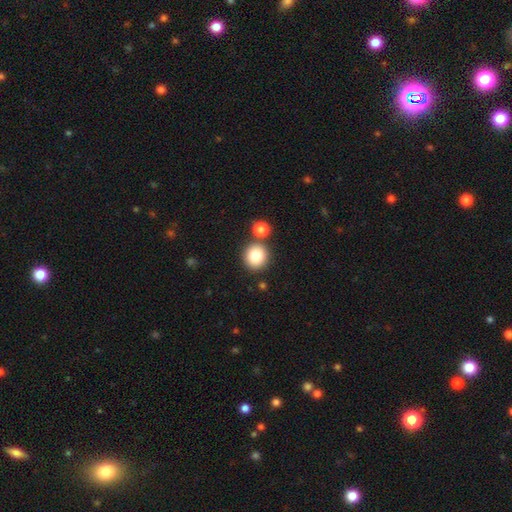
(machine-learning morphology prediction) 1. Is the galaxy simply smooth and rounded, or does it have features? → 84% smooth, 9% star or artifact, 6% featured or disk.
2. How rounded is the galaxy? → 88% round, 11% in between, 1% cigar-shaped.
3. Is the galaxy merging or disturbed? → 75% none, 15% merger, 8% minor disturbance, 3% major disturbance.